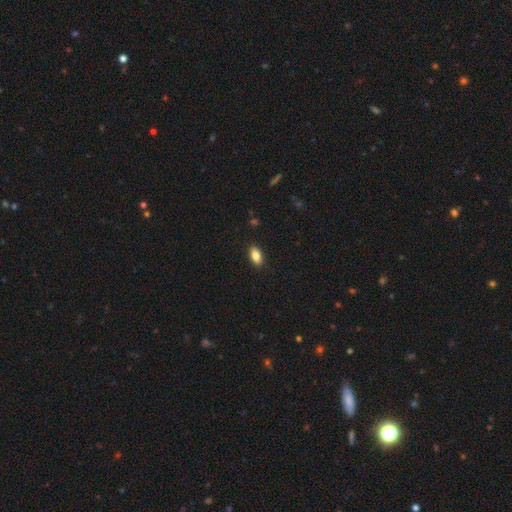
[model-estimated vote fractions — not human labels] Smooth or featured? Predicted: smooth (p=0.84). How rounded? Predicted: in between (p=0.90). Merging? Predicted: none (p=0.89).